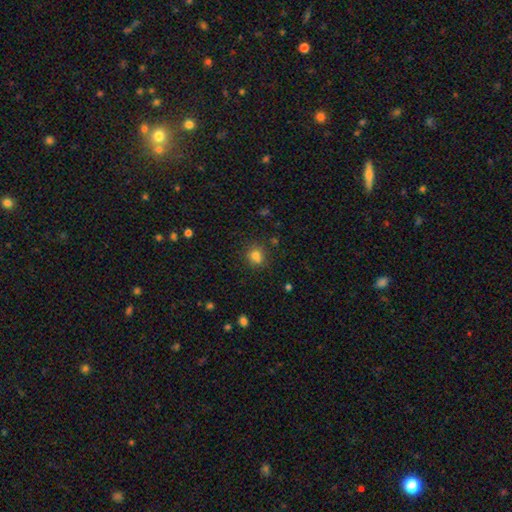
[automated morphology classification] Overall: smooth (75%). How rounded: round (74%). Merging: none (65%).